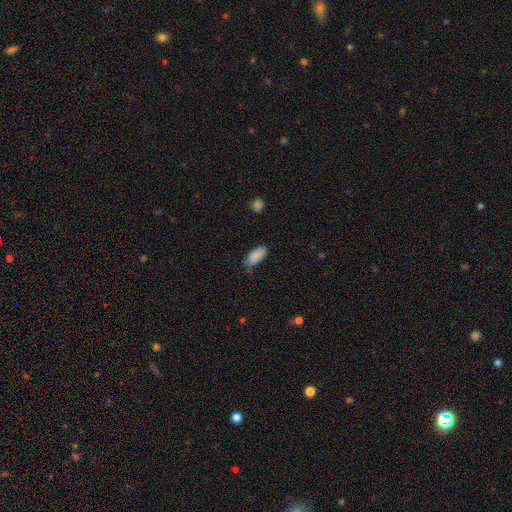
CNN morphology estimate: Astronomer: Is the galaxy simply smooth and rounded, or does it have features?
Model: smooth — 87%.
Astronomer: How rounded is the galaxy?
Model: in between — 91%.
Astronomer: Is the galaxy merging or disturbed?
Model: none — 51% (runner-up: minor disturbance, 37%).